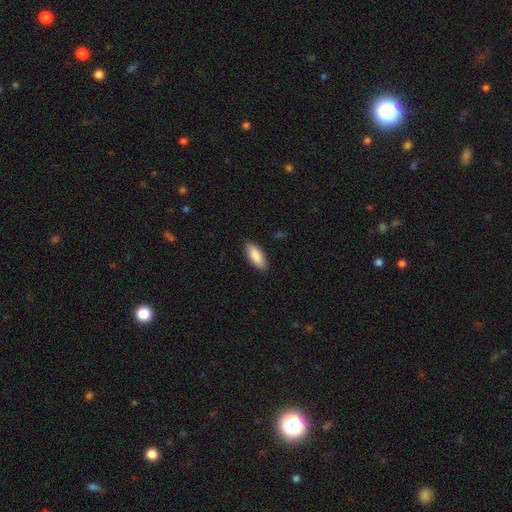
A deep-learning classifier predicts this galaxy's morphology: Smooth or featured: smooth — 88% (featured or disk — 7%)
How rounded: in between — 80% (cigar-shaped — 19%)
Merging: none — 88% (minor disturbance — 9%)